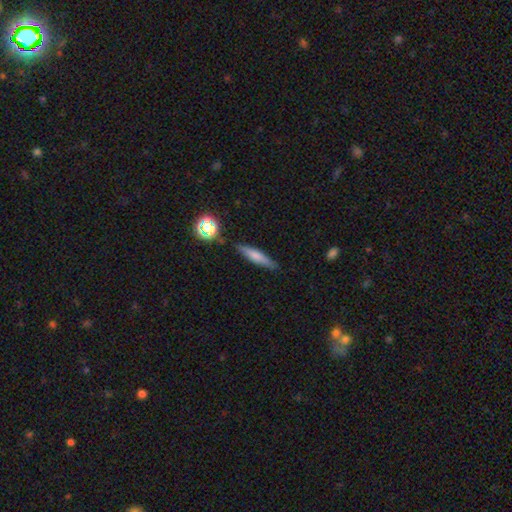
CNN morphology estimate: Q: Smooth or featured?
A: smooth (65%); runner-up: featured or disk (26%)
Q: How rounded?
A: cigar-shaped (83%); runner-up: in between (15%)
Q: Merging?
A: none (84%); runner-up: minor disturbance (11%)